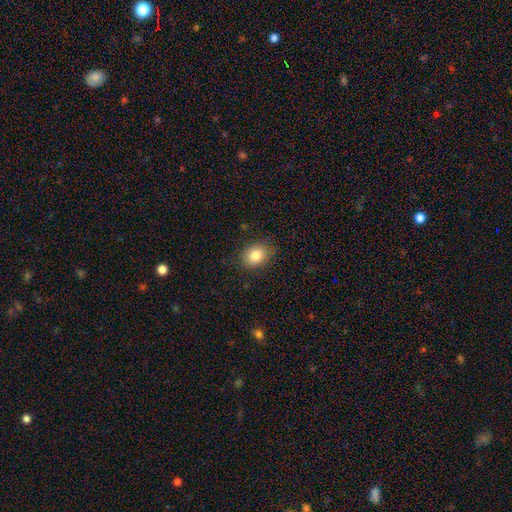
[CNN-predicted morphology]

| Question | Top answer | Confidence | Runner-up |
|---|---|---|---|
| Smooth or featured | smooth | 83% | star or artifact (9%) |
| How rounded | in between | 54% | round (45%) |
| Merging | none | 84% | minor disturbance (12%) |